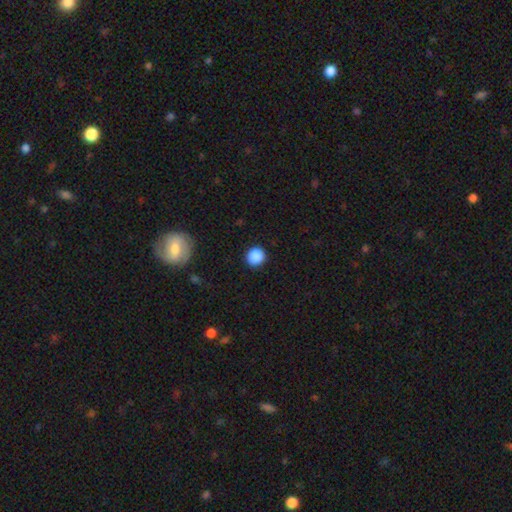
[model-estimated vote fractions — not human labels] smooth 88%, star or artifact 9%, featured or disk 3%. Down the decision tree: how rounded — round (89%); merging — none (89%).